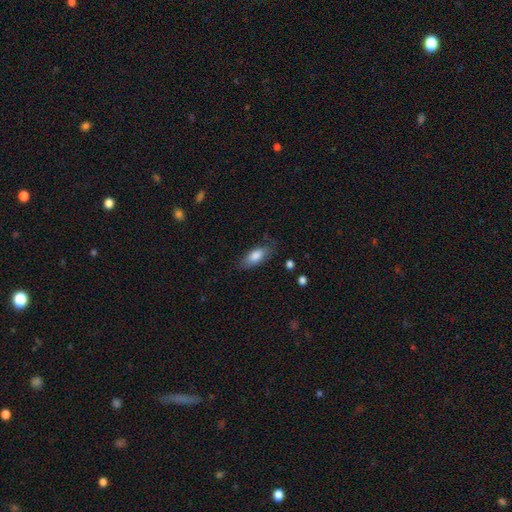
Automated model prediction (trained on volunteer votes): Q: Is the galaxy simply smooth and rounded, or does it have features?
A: smooth — 81%.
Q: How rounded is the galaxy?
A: in between — 79%.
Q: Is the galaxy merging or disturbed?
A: none — 75%.